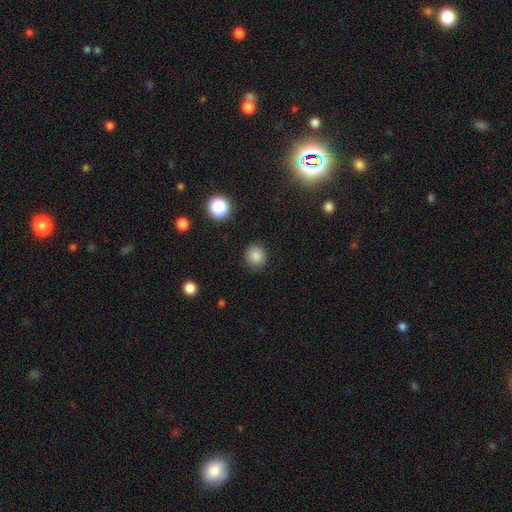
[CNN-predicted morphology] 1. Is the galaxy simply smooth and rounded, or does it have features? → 84% smooth, 11% star or artifact, 4% featured or disk.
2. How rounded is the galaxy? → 88% round, 11% in between, 1% cigar-shaped.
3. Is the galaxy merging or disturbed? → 88% none, 8% minor disturbance, 3% major disturbance, 1% merger.